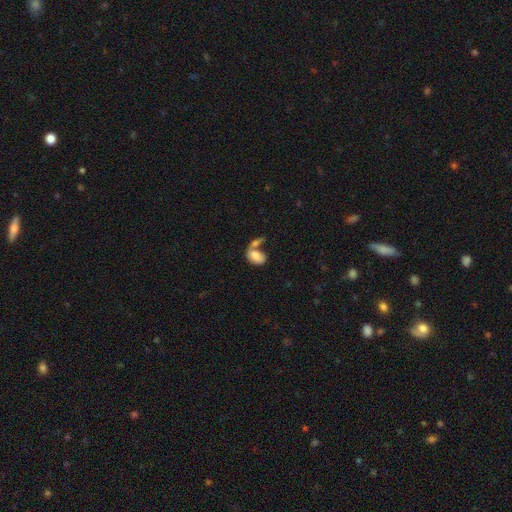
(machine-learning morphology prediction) This appears to be a smooth galaxy with no disk features (77%) that is in between round and cigar-shaped (87%). Merging: merger (56%).